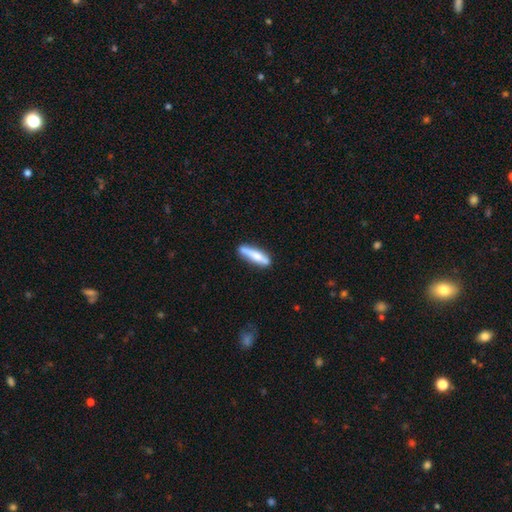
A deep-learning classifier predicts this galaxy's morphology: smooth_or_featured: smooth (p=0.66) [alt: featured or disk p=0.29]
how_rounded: cigar-shaped (p=0.85) [alt: in between p=0.14]
merging: none (p=0.80) [alt: minor disturbance p=0.14]